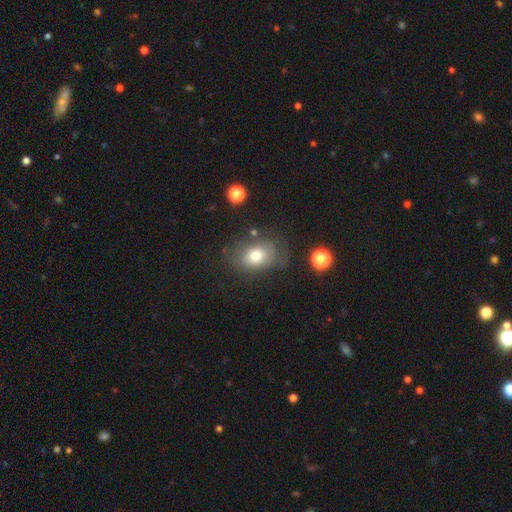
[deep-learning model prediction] smooth_or_featured: smooth (p=0.71) [alt: featured or disk p=0.18]
how_rounded: in between (p=0.68) [alt: round p=0.31]
merging: none (p=0.61) [alt: minor disturbance p=0.23]